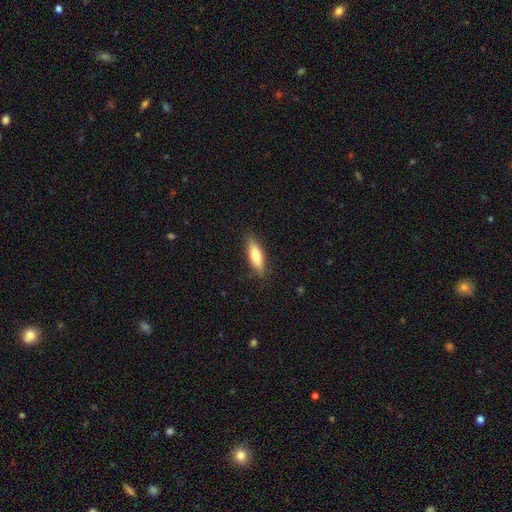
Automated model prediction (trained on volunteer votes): This appears to be a smooth galaxy with no disk features (74%) that is cigar-shaped (53%). Merging: none (87%).